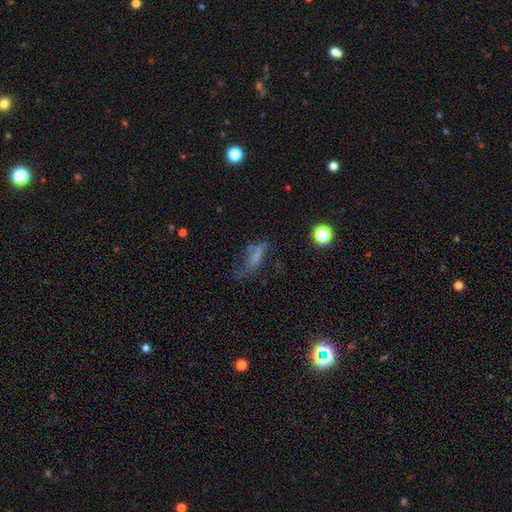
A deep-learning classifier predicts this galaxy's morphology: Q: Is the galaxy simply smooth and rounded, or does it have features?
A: smooth — 57%.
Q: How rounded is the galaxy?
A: in between — 53%.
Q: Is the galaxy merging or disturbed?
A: none — 37%.